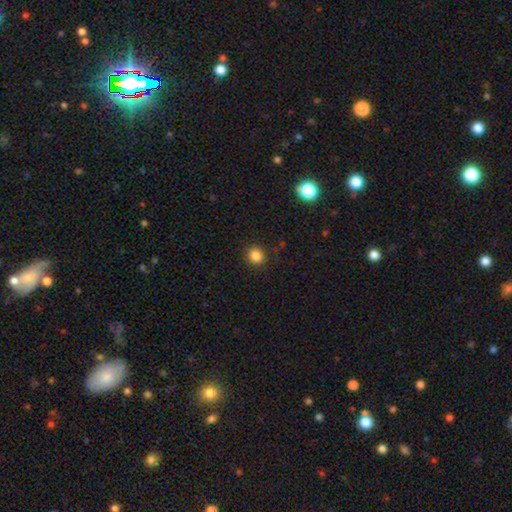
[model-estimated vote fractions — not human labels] This is clearly a smooth galaxy (85%). How rounded: clearly round (90%). Merging: clearly none (89%).